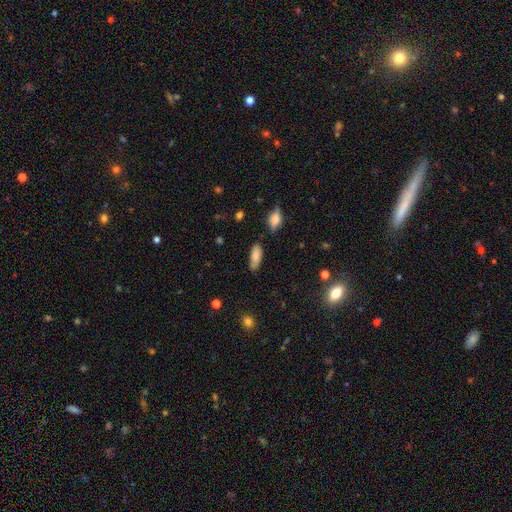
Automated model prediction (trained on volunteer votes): Morphology: type=smooth (81%); roundness=in between (79%); merging=none (77%).